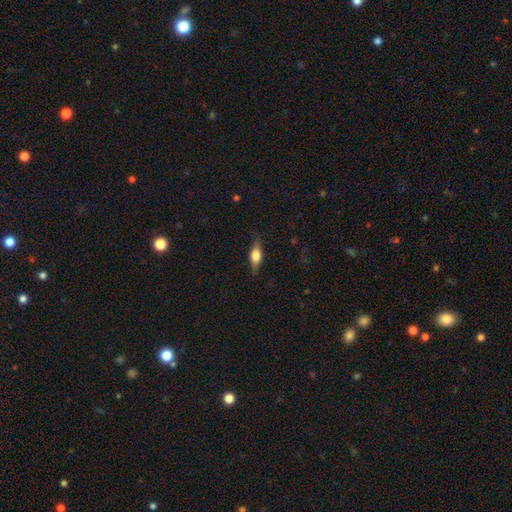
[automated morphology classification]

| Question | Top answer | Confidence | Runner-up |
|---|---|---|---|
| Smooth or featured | featured or disk | 48% | smooth (44%) |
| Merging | none | 82% | minor disturbance (13%) |